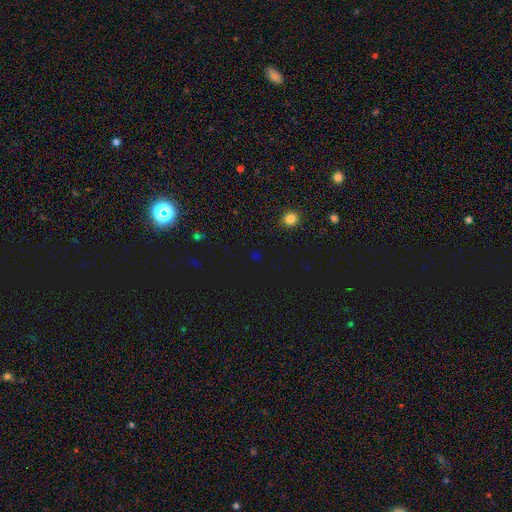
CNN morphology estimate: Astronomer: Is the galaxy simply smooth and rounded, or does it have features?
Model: star or artifact — 62%.